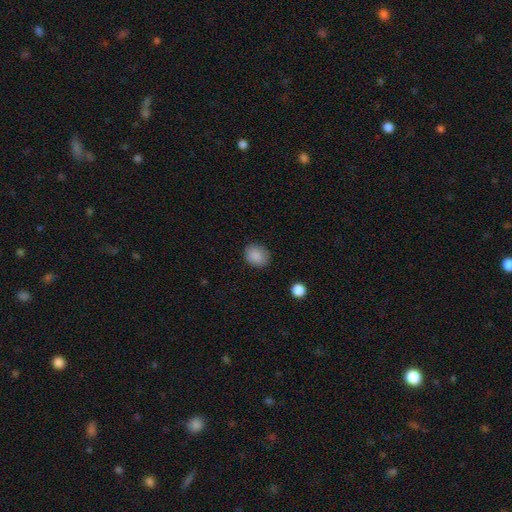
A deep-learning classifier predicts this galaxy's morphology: type=smooth (88%); roundness=round (61%); merging=none (84%).